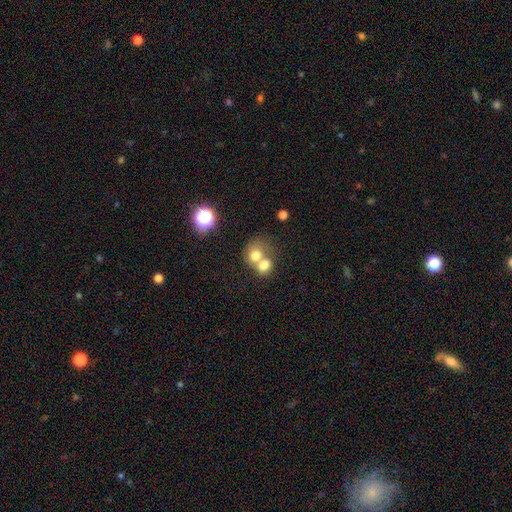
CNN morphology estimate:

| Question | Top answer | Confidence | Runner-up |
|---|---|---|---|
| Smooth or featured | smooth | 71% | featured or disk (17%) |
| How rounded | round | 65% | in between (34%) |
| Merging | merger | 66% | none (24%) |